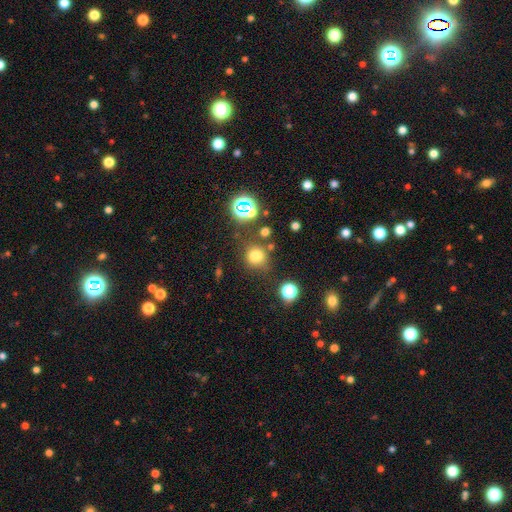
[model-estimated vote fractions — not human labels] smooth_or_featured: smooth (p=0.73) [alt: star or artifact p=0.20]
how_rounded: round (p=0.85) [alt: in between p=0.14]
merging: none (p=0.73) [alt: minor disturbance p=0.14]